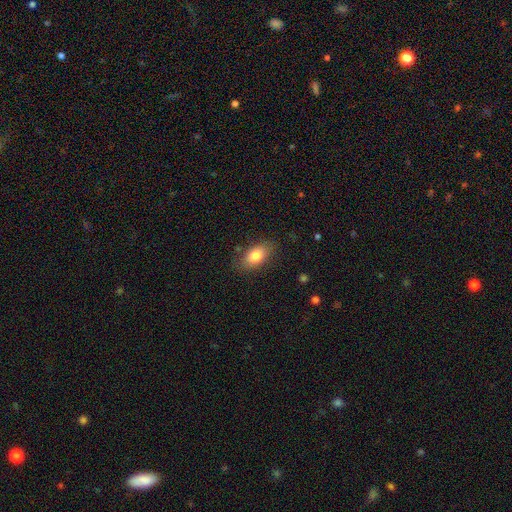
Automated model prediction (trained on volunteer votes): smooth_or_featured: smooth (p=0.80) [alt: featured or disk p=0.13]
how_rounded: in between (p=0.89) [alt: round p=0.06]
merging: none (p=0.81) [alt: minor disturbance p=0.14]